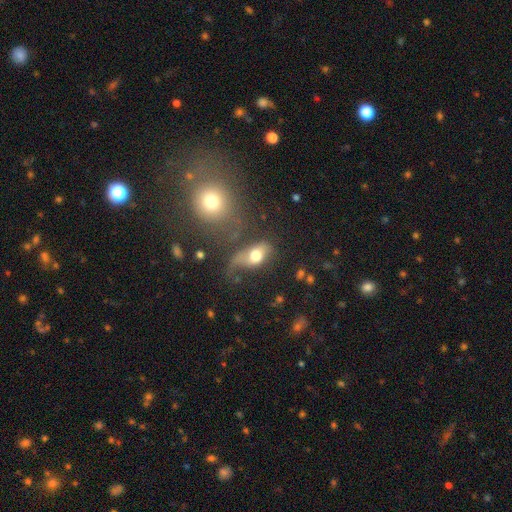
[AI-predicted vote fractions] Smooth or featured? smooth (62%)
How rounded? in between (80%)
Merging? major disturbance (33%)